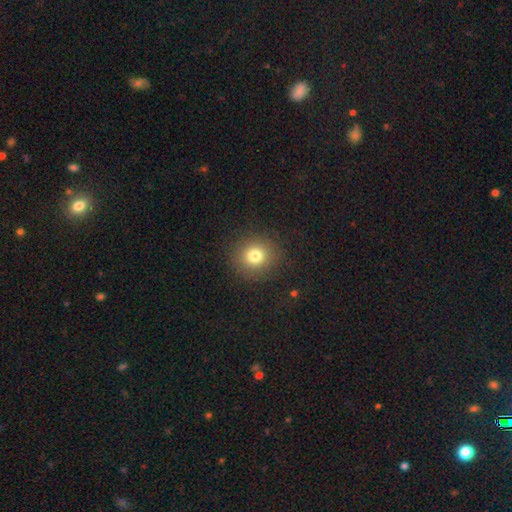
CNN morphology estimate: Overall: smooth (73%). How rounded: round (93%). Merging: none (92%).